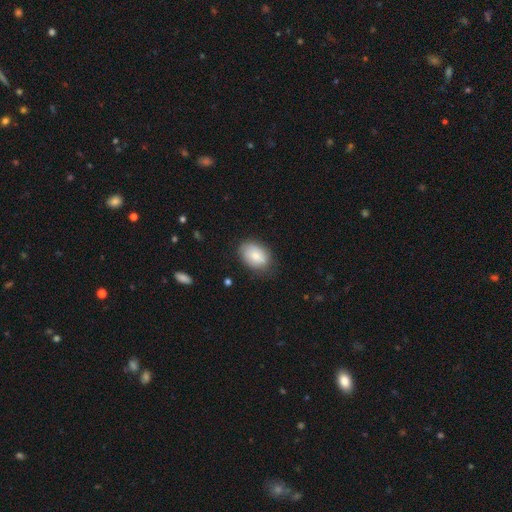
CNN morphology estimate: A smooth galaxy with no disk features (82%) that is in between round and cigar-shaped (82%).

Vote fractions:
- Smooth or featured? smooth: 82% / featured or disk: 12% / star or artifact: 7%
- How rounded? in between: 82% / round: 17% / cigar-shaped: 1%
- Merging? none: 75% / minor disturbance: 19% / major disturbance: 4% / merger: 1%